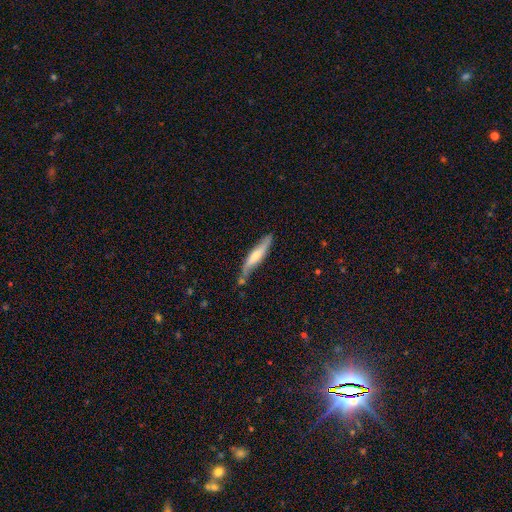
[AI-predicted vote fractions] A smooth galaxy with no disk features (49%). Merging: none (64%).